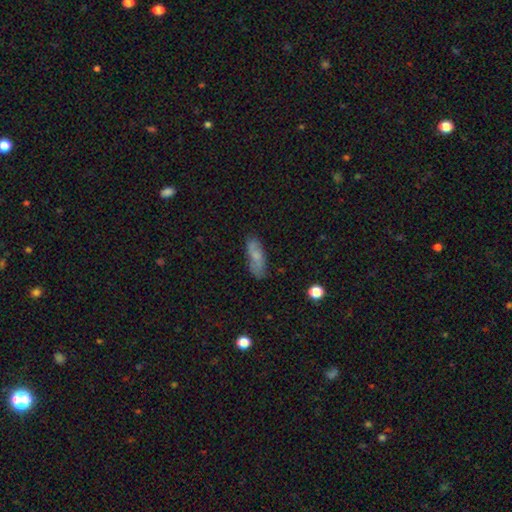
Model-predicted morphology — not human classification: Smooth or featured? smooth (69%)
How rounded? in between (60%)
Merging? none (74%)